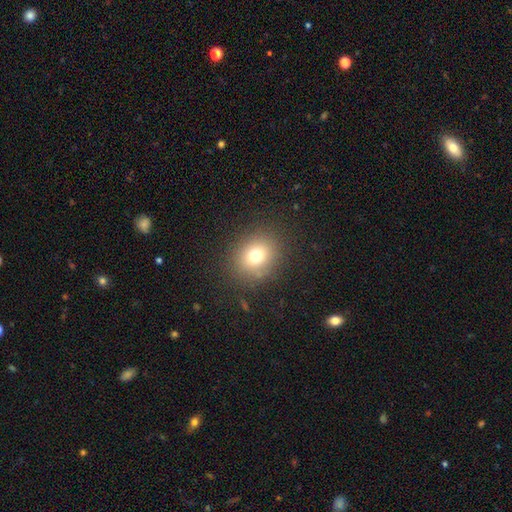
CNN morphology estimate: Overall: smooth (74%). How rounded: round (72%). Merging: none (85%).